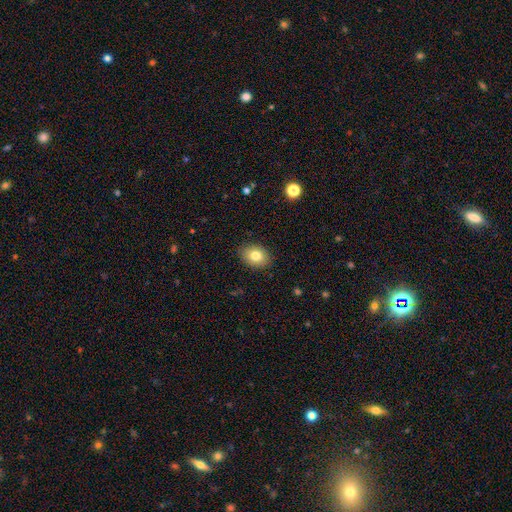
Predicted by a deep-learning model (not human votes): Smooth or featured?
  - smooth: 81% *
  - featured or disk: 10%
  - star or artifact: 9%
How rounded?
  - in between: 70% *
  - round: 29%
  - cigar-shaped: 1%
Merging?
  - none: 88% *
  - minor disturbance: 8%
  - major disturbance: 2%
  - merger: 1%